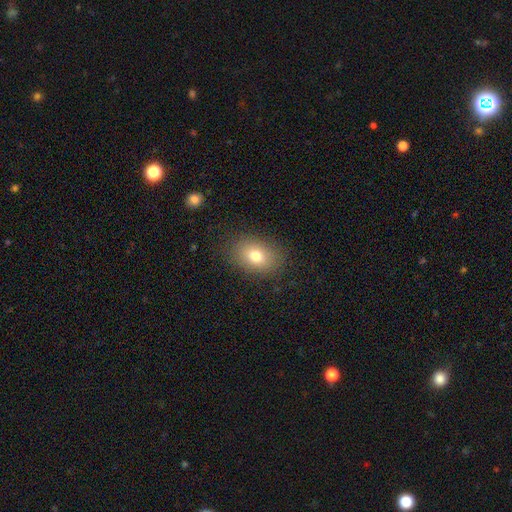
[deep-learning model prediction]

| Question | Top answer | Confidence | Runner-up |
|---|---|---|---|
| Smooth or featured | smooth | 75% | featured or disk (13%) |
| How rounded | in between | 76% | round (23%) |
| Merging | none | 85% | minor disturbance (10%) |